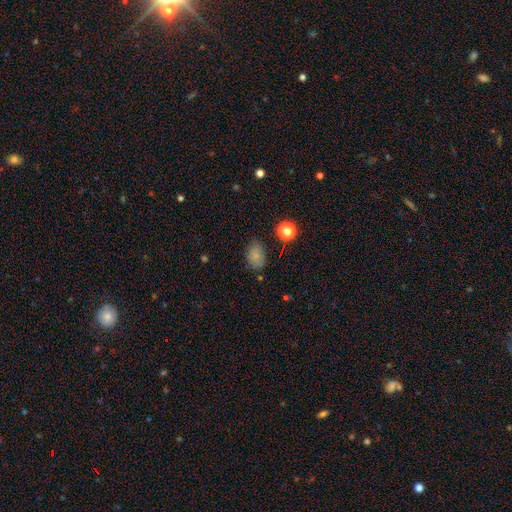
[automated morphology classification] A smooth galaxy with no disk features (77%) that is in between round and cigar-shaped (78%). Merging: none (75%).